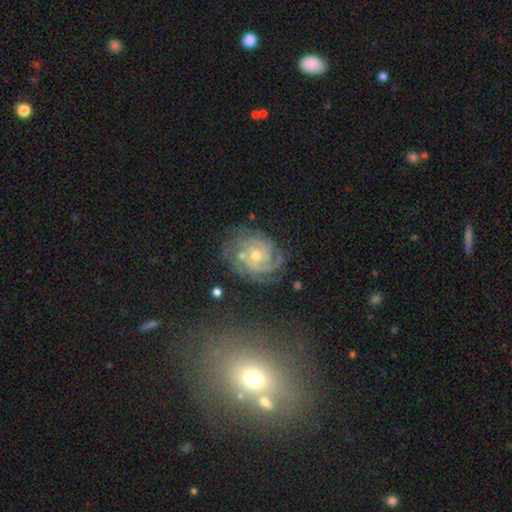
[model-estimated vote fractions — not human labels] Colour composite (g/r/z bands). It shows a featured or disk galaxy (84%) with no bar (75%), 3 (29%) tight (72%) spiral arms (96%) and a small central bulge (50%). Merging: none (70%).